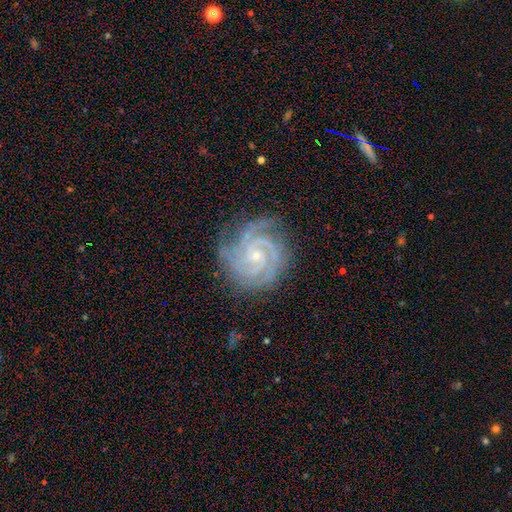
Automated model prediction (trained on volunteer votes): Smooth or featured?
  - featured or disk: 92% *
  - star or artifact: 5%
  - smooth: 3%
Edge-on disk?
  - no: 98% *
  - yes: 2%
Bar?
  - no: 69% *
  - weak: 23%
  - strong: 8%
Spiral arms?
  - yes: 99% *
  - no: 1%
Spiral winding?
  - tight: 79% *
  - medium: 20%
  - loose: 2%
Spiral arm count?
  - 3: 44% *
  - 4: 20%
  - 2: 17%
  - can't tell: 8%
  - more than 4: 6%
  - 1: 5%
Bulge size?
  - small: 76% *
  - moderate: 20%
  - none: 2%
  - large: 1%
  - dominant: 1%
Merging?
  - none: 78% *
  - minor disturbance: 16%
  - major disturbance: 4%
  - merger: 1%